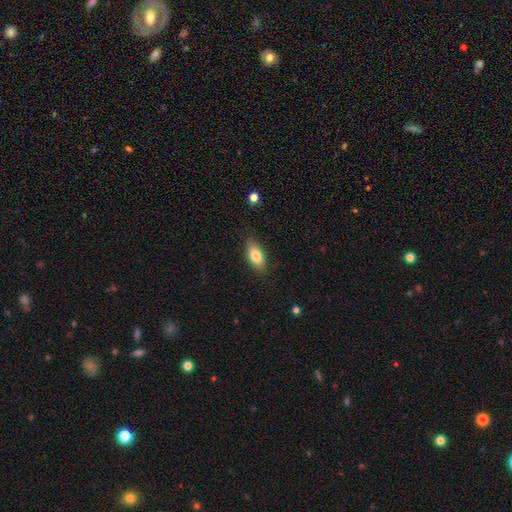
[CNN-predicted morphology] A smooth galaxy with no disk features (81%) that is in between round and cigar-shaped (85%).

Vote fractions:
- Smooth or featured? smooth: 81% / featured or disk: 12% / star or artifact: 7%
- How rounded? in between: 85% / cigar-shaped: 12% / round: 3%
- Merging? none: 84% / minor disturbance: 13% / major disturbance: 3% / merger: 1%